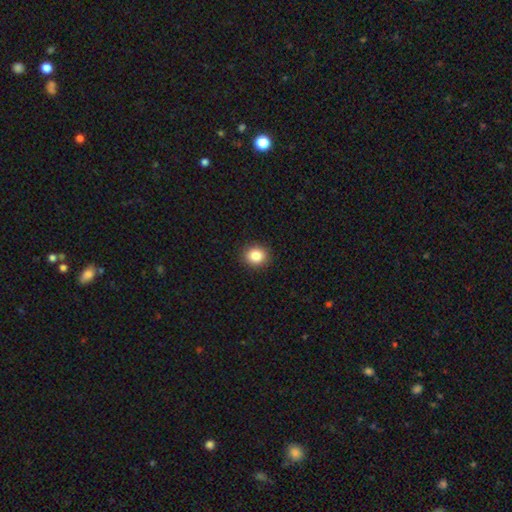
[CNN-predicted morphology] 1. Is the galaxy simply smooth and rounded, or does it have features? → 85% smooth, 10% star or artifact, 5% featured or disk.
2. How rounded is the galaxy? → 77% round, 22% in between, 1% cigar-shaped.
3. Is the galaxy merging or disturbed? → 91% none, 6% minor disturbance, 2% major disturbance, 1% merger.